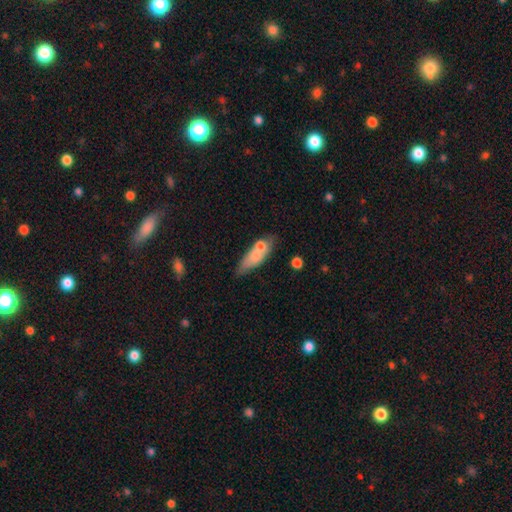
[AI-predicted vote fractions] Q: Smooth or featured?
A: smooth (67%); runner-up: featured or disk (25%)
Q: How rounded?
A: in between (60%); runner-up: cigar-shaped (36%)
Q: Merging?
A: none (44%); runner-up: merger (25%)